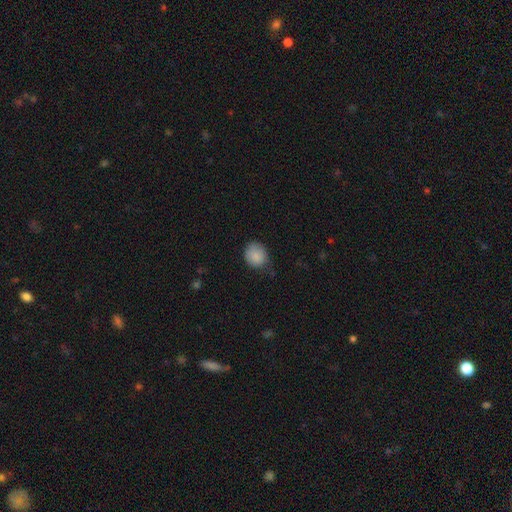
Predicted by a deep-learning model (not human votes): Smooth or featured? Predicted: smooth (p=0.87). How rounded? Predicted: round (p=0.73). Merging? Predicted: none (p=0.65).